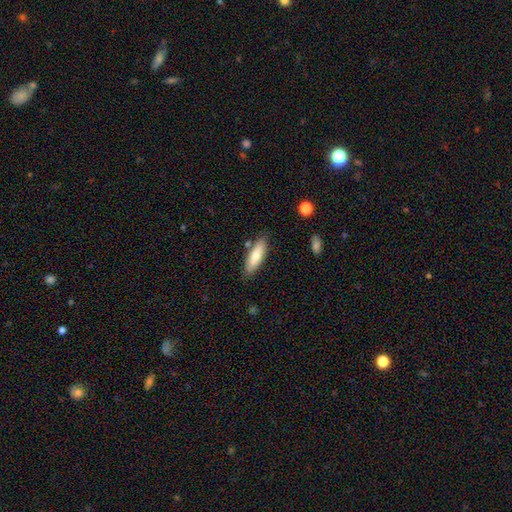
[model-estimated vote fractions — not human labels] smooth_or_featured: smooth (p=0.74) [alt: featured or disk p=0.20]
how_rounded: cigar-shaped (p=0.51) [alt: in between p=0.48]
merging: none (p=0.82) [alt: minor disturbance p=0.12]